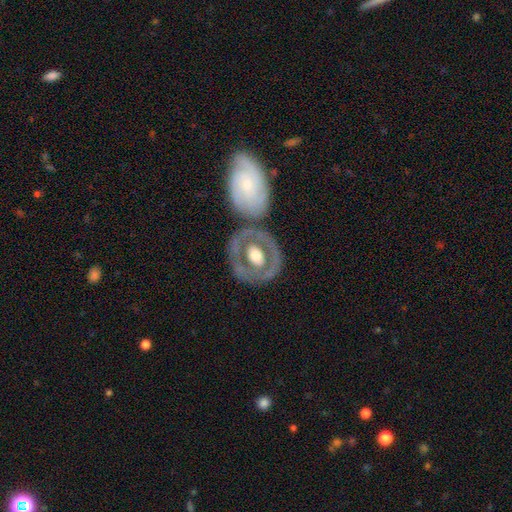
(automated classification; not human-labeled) Smooth or featured? featured or disk (61%)
Edge-on disk? no (94%)
Bar? no (76%)
Spiral arms? no (81%)
Bulge size? moderate (61%)
Merging? none (69%)